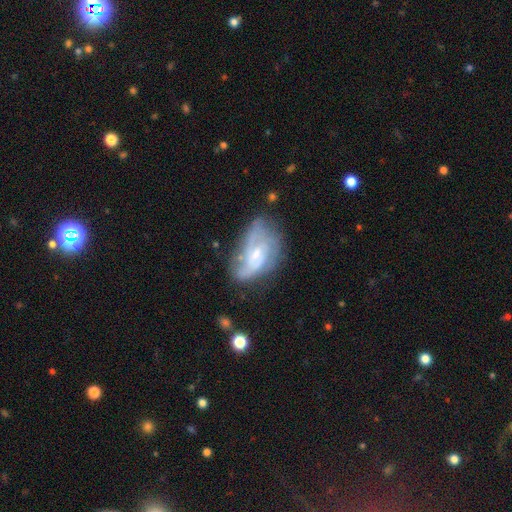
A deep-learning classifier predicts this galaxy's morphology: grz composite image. It shows a featured or disk galaxy (72%) with no bar (51%), 2 (36%) medium (43%) spiral arms (85%) and a small central bulge (60%). Merging: none (51%).